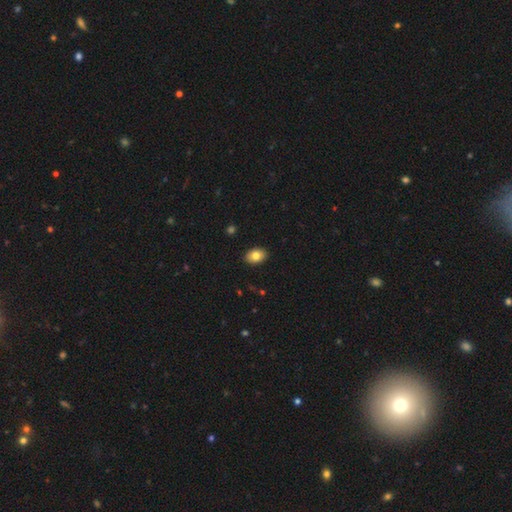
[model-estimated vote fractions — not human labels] smooth-or-featured: smooth: 82% | featured or disk: 10% | star or artifact: 8%
  how-rounded: in between: 83% | round: 16% | cigar-shaped: 1%
  merging: none: 90% | minor disturbance: 7% | major disturbance: 2% | merger: 1%